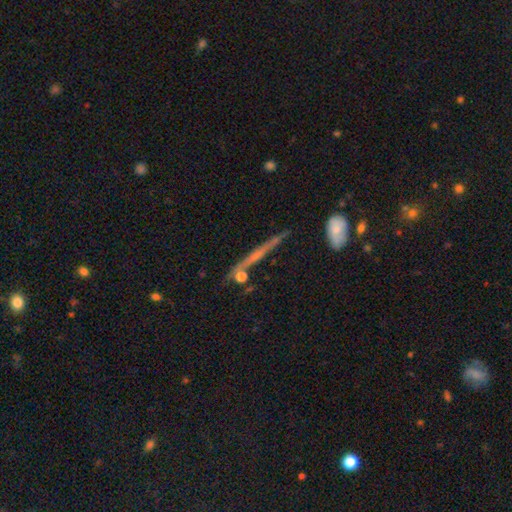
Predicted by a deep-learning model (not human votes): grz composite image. It shows a featured or disk galaxy (60%) viewed edge-on (94%) with no central bulge (67%). Merging: none (80%).